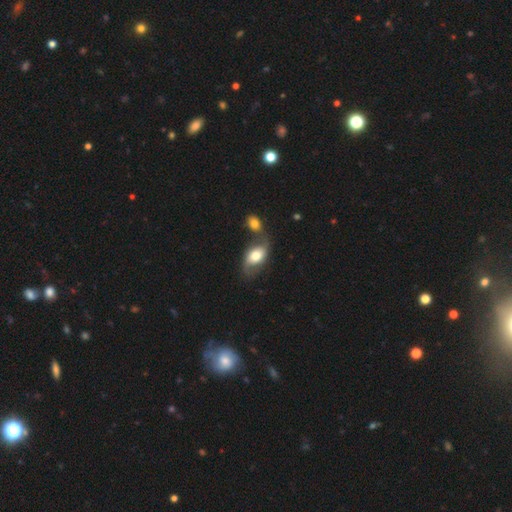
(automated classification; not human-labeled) The model was most divided on "merging" (2-way tie): none: 37%, merger: 37%, minor disturbance: 17%, major disturbance: 9%. More confident: how rounded — in between (88%); smooth or featured — smooth (57%).